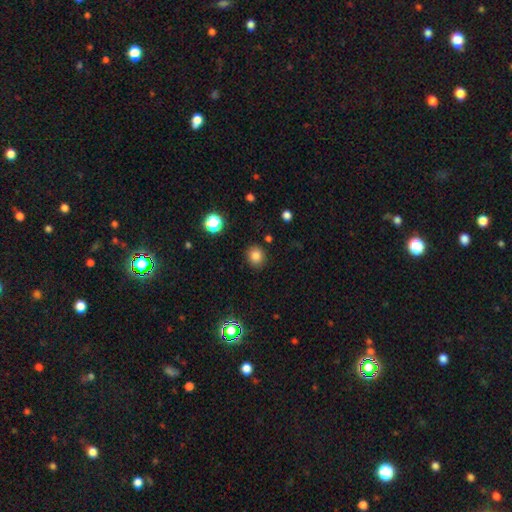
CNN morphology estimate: This appears to be a smooth galaxy with no disk features (83%) that is round (83%). Merging: none (88%).